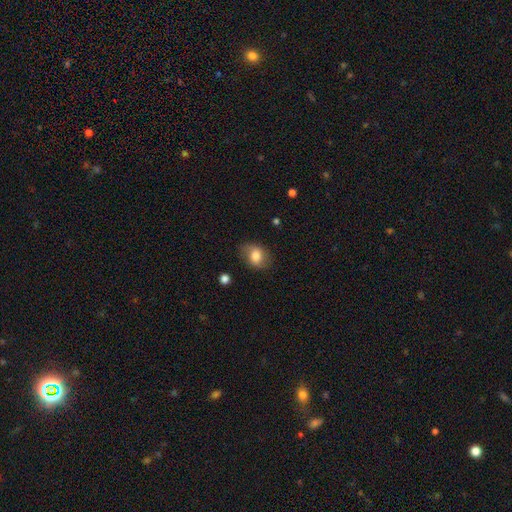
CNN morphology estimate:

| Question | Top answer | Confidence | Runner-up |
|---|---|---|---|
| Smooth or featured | smooth | 76% | featured or disk (16%) |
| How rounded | in between | 65% | round (34%) |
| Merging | none | 71% | minor disturbance (21%) |